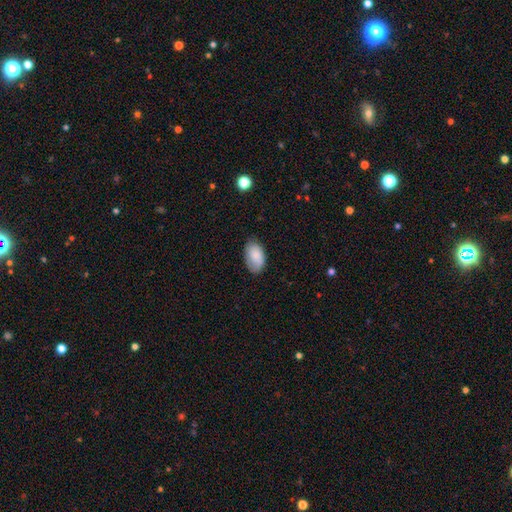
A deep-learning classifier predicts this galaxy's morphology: smooth_or_featured: smooth (p=0.86) [alt: featured or disk p=0.07]
how_rounded: in between (p=0.94) [alt: round p=0.04]
merging: none (p=0.76) [alt: minor disturbance p=0.19]